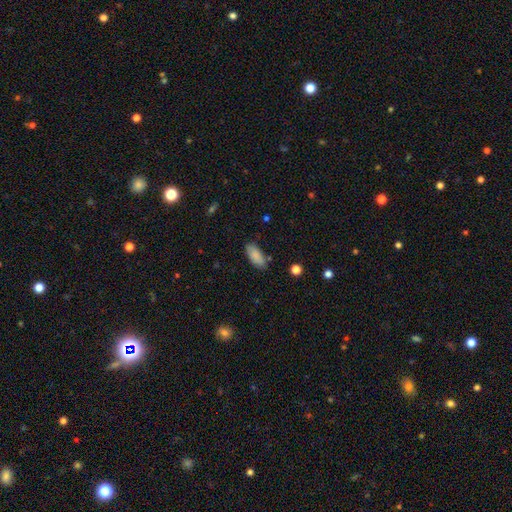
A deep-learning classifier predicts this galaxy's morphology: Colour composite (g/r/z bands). It shows a smooth galaxy with no disk features (86%) that is in between round and cigar-shaped (87%). Merging: none (79%).